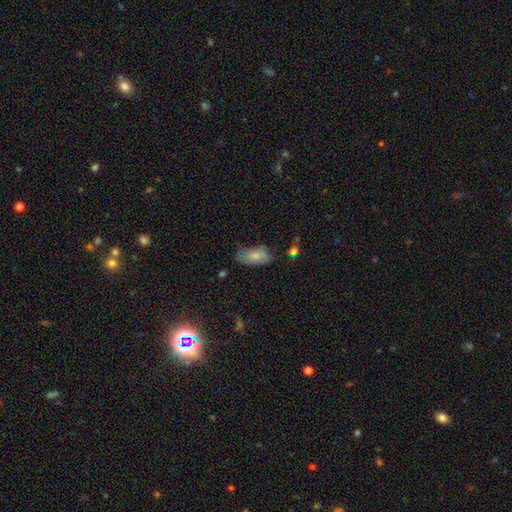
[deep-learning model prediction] smooth 76%, featured or disk 16%, star or artifact 7%. Down the decision tree: how rounded — in between (92%); merging — none (53%).